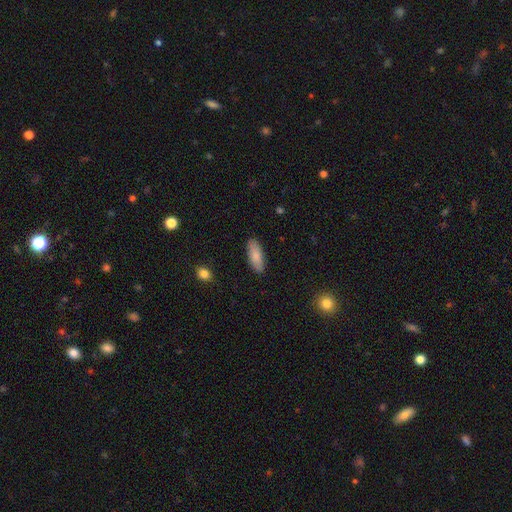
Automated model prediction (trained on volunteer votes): Q: Smooth or featured?
A: smooth (85%); runner-up: featured or disk (10%)
Q: How rounded?
A: in between (76%); runner-up: cigar-shaped (22%)
Q: Merging?
A: none (88%); runner-up: minor disturbance (9%)